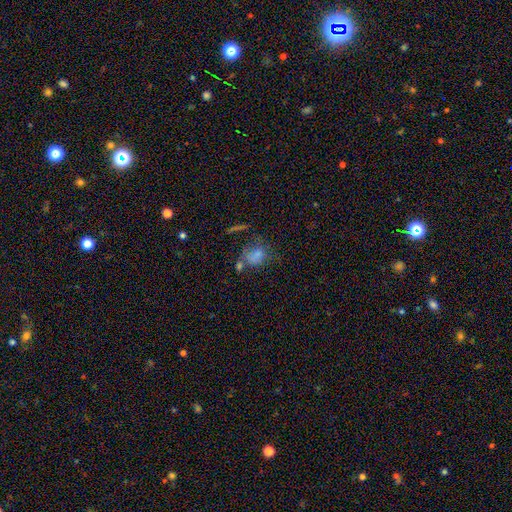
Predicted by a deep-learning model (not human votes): Smooth or featured: smooth — 67% (featured or disk — 17%)
How rounded: in between — 58% (round — 40%)
Merging: none — 32% (merger — 28%)